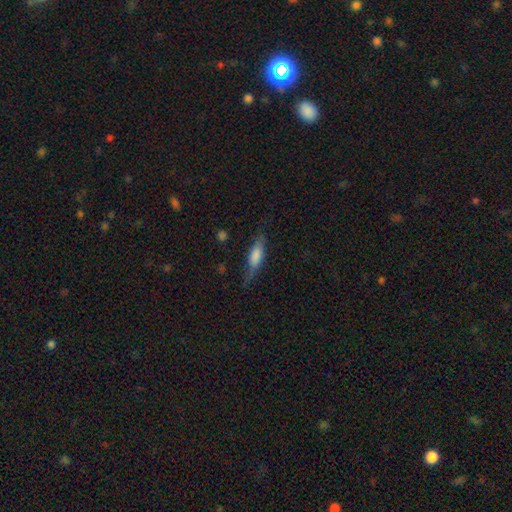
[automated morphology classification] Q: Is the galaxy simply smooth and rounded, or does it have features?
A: smooth — 58%.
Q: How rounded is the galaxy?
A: cigar-shaped — 57%.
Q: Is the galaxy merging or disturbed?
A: none — 67%.